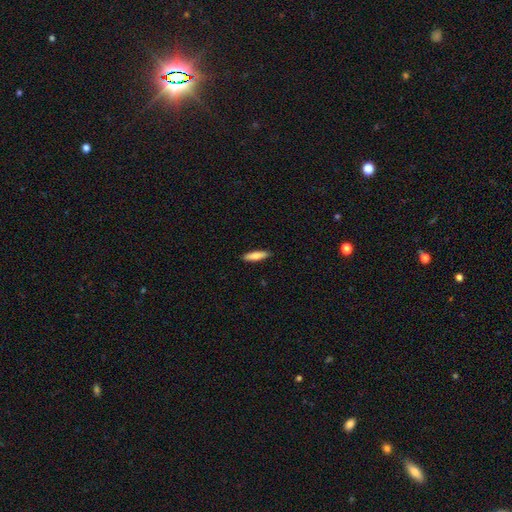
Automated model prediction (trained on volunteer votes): Morphology: type=smooth (82%); roundness=cigar-shaped (67%); merging=none (89%).